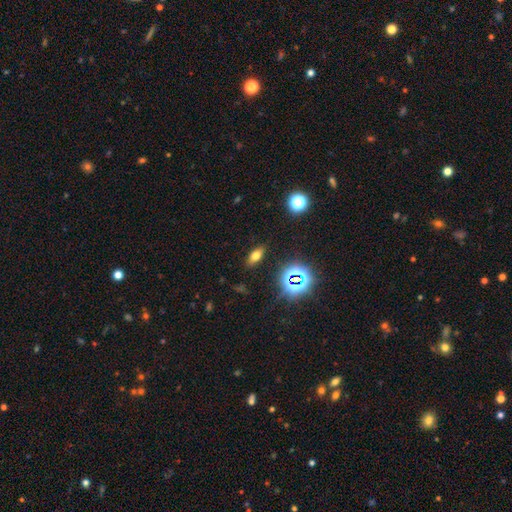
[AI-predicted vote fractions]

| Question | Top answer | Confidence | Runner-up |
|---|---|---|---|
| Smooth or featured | smooth | 61% | star or artifact (23%) |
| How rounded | in between | 75% | cigar-shaped (15%) |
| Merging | none | 87% | minor disturbance (8%) |